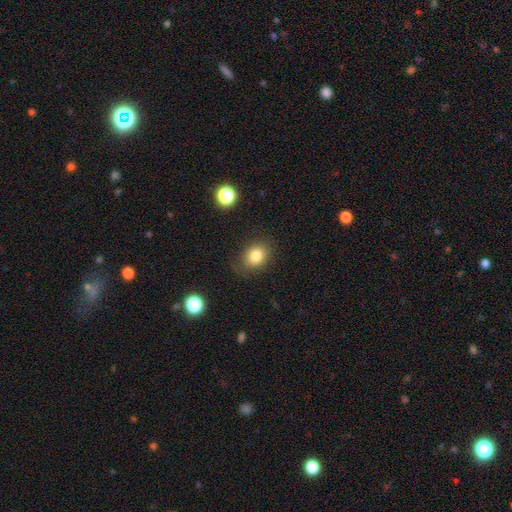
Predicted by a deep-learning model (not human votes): This appears to be a smooth galaxy with no disk features (82%) that is in between round and cigar-shaped (50%). Merging: none (77%).